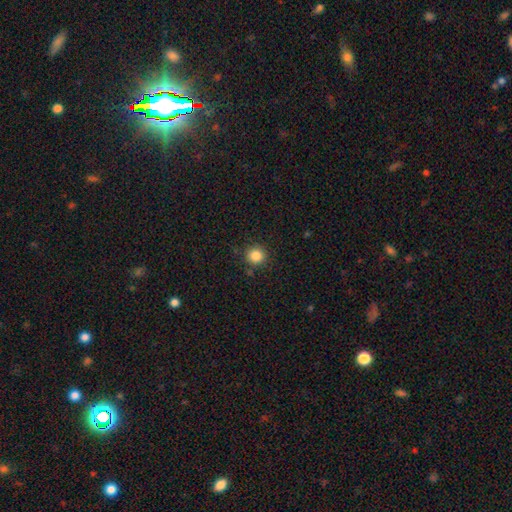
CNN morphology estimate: smooth_or_featured: smooth (p=0.85) [alt: star or artifact p=0.11]
how_rounded: round (p=0.92) [alt: in between p=0.07]
merging: none (p=0.88) [alt: minor disturbance p=0.07]